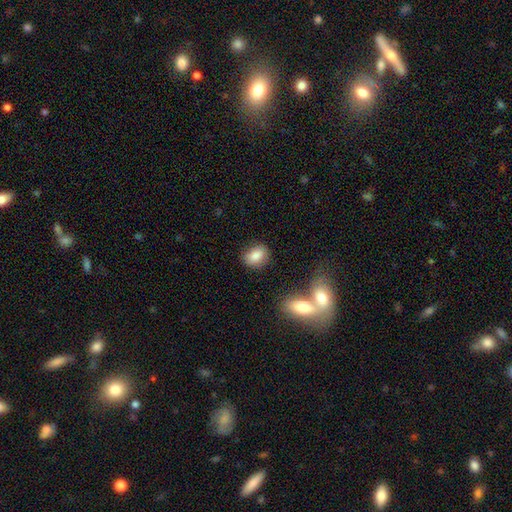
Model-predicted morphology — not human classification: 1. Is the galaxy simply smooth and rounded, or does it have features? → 84% smooth, 8% star or artifact, 8% featured or disk.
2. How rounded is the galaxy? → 62% in between, 36% round, 2% cigar-shaped.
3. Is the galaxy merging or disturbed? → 79% none, 12% minor disturbance, 6% merger, 3% major disturbance.